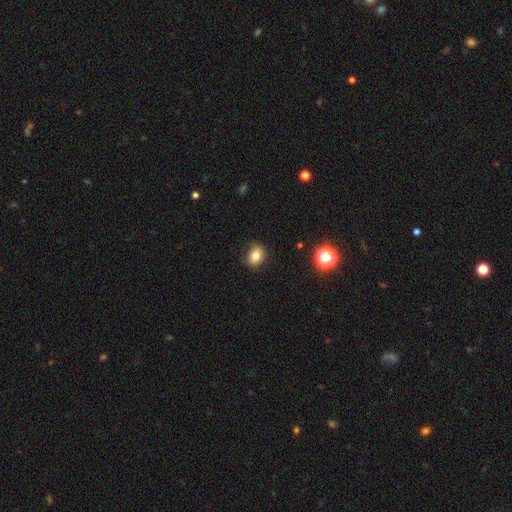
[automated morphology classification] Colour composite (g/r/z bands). It shows a smooth galaxy with no disk features (80%) that is in between round and cigar-shaped (51%). Merging: none (83%).